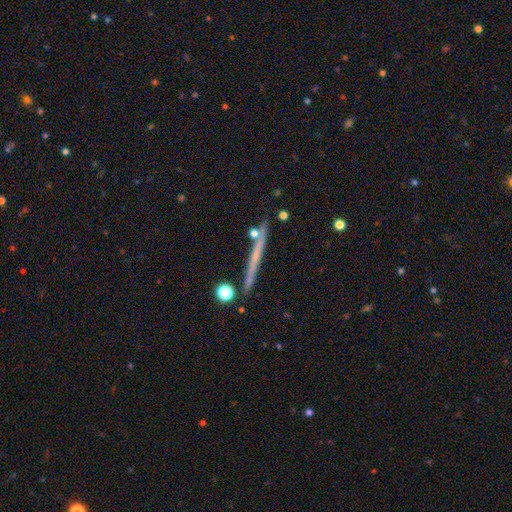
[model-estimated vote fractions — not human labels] A featured or disk galaxy (49%). Merging: none (81%).